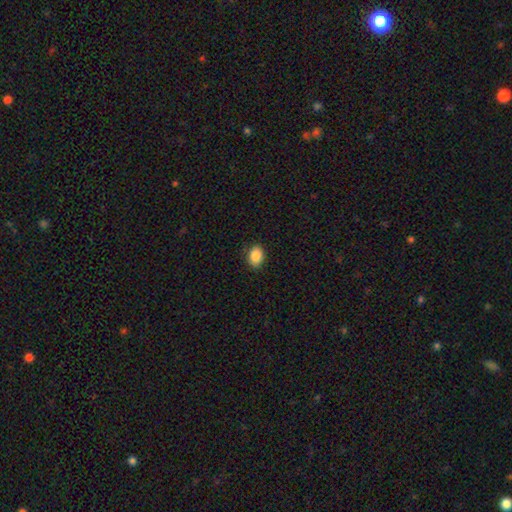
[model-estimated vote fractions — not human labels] A smooth galaxy with no disk features (88%) that is in between round and cigar-shaped (74%).

Vote fractions:
- Smooth or featured? smooth: 88% / star or artifact: 8% / featured or disk: 4%
- How rounded? in between: 74% / round: 25% / cigar-shaped: 1%
- Merging? none: 87% / minor disturbance: 10% / major disturbance: 2% / merger: 1%